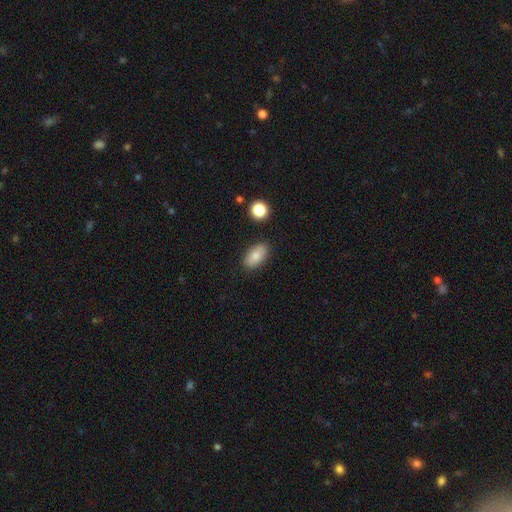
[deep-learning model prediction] Smooth or featured: smooth — 82% (featured or disk — 11%)
How rounded: in between — 91% (round — 5%)
Merging: none — 85% (minor disturbance — 10%)